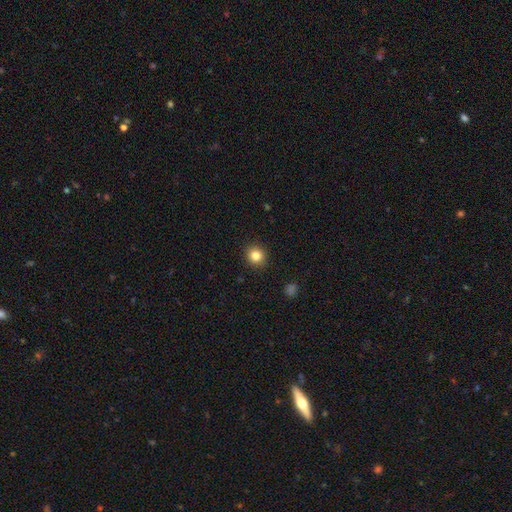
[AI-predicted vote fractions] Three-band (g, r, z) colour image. It shows a smooth galaxy with no disk features (83%) that is round (88%). Merging: none (91%).